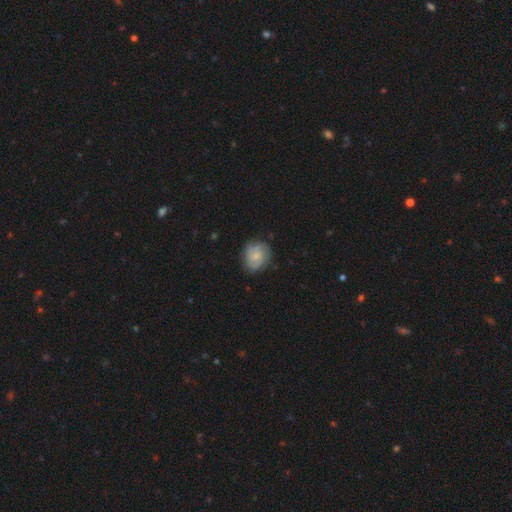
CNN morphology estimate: Smooth or featured?
  - featured or disk: 64% *
  - smooth: 29%
  - star or artifact: 6%
Edge-on disk?
  - no: 98% *
  - yes: 2%
Bar?
  - no: 62% *
  - weak: 33%
  - strong: 4%
Spiral arms?
  - yes: 93% *
  - no: 7%
Spiral winding?
  - tight: 48% *
  - medium: 40%
  - loose: 12%
Spiral arm count?
  - 2: 37% *
  - 3: 26%
  - can't tell: 23%
  - 4: 6%
  - 1: 4%
  - more than 4: 4%
Bulge size?
  - small: 57% *
  - moderate: 28%
  - none: 12%
  - large: 2%
  - dominant: 1%
Merging?
  - none: 77% *
  - minor disturbance: 17%
  - major disturbance: 5%
  - merger: 1%